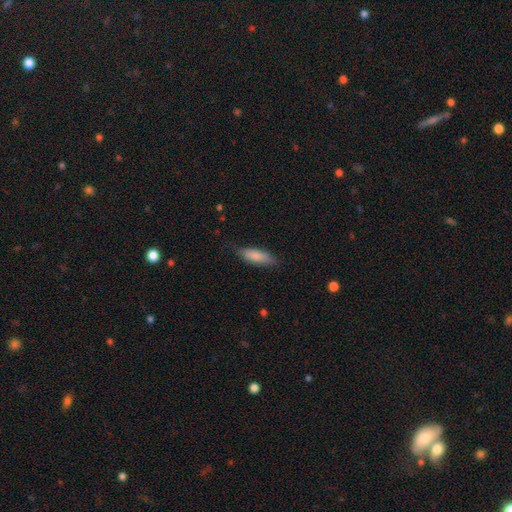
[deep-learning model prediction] Smooth or featured: smooth — 85% (featured or disk — 10%)
How rounded: in between — 60% (cigar-shaped — 38%)
Merging: none — 78% (minor disturbance — 18%)